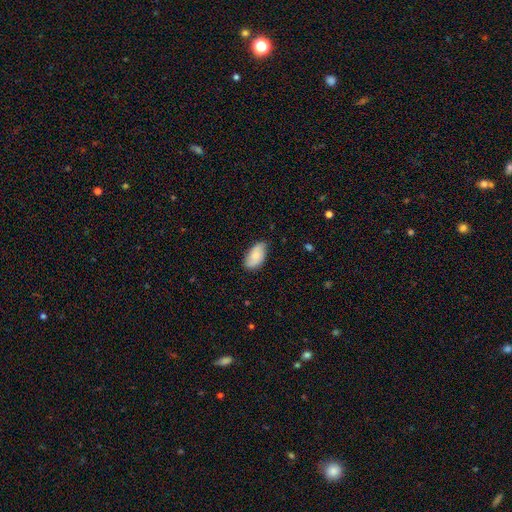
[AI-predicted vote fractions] This appears to be a smooth galaxy with no disk features (76%) that is in between round and cigar-shaped (94%). Merging: none (74%).